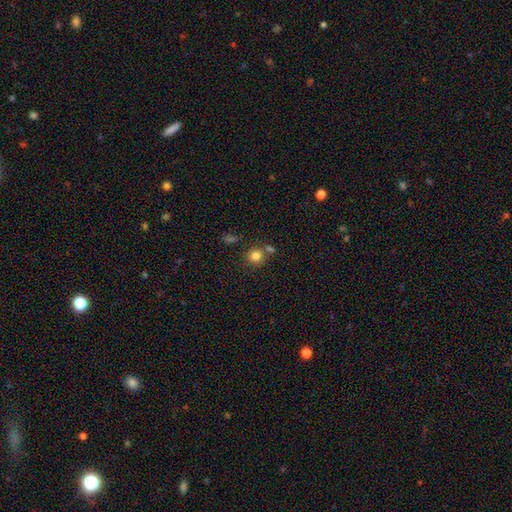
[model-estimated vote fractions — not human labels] Smooth or featured? smooth (81%)
How rounded? round (89%)
Merging? none (69%)